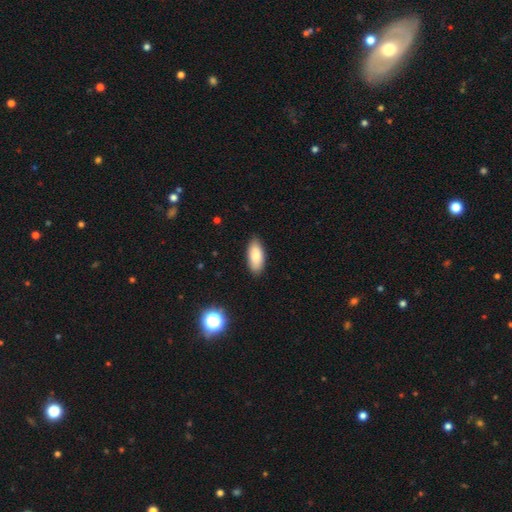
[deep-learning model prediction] smooth 84%, featured or disk 10%, star or artifact 7%. Down the decision tree: how rounded — in between (88%); merging — none (86%).